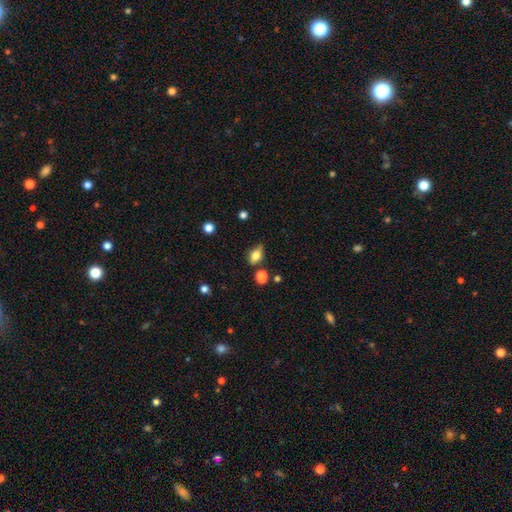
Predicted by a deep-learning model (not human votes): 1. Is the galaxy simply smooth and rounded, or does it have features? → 75% smooth, 15% featured or disk, 10% star or artifact.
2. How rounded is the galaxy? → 82% in between, 13% round, 5% cigar-shaped.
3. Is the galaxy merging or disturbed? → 61% none, 24% minor disturbance, 9% merger, 6% major disturbance.